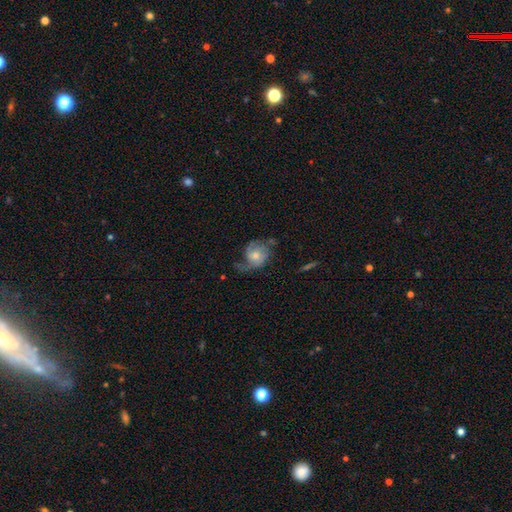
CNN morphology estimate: The model was most divided on "spiral winding": loose: 44%, medium: 37%, tight: 18%. Remaining: edge-on disk — no (97%); spiral arms — yes (87%); bar — no (76%); smooth or featured — featured or disk (62%); spiral arm count — 2 (62%); bulge size — moderate (54%); merging — none (42%).